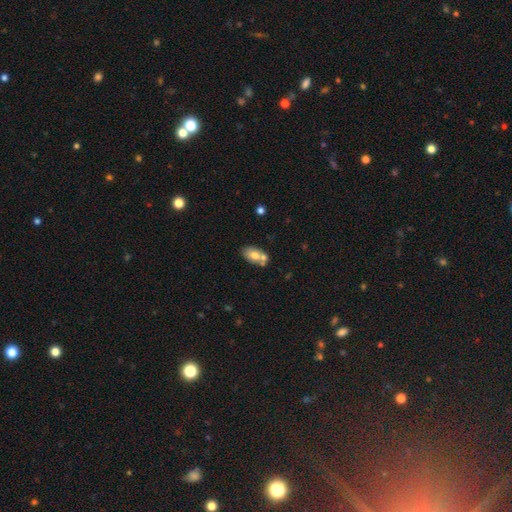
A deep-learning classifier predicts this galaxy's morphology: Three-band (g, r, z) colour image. It shows a smooth galaxy with no disk features (69%) that is in between round and cigar-shaped (89%). Merging: none (50%).